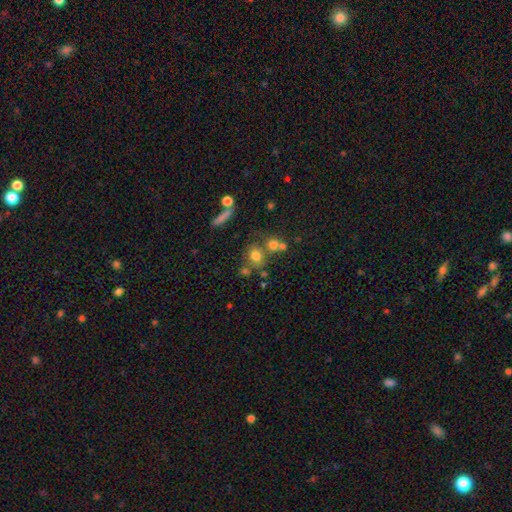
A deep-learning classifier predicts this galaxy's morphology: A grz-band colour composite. It shows a smooth galaxy with no disk features (70%) that is round (75%). Merging: none (56%).